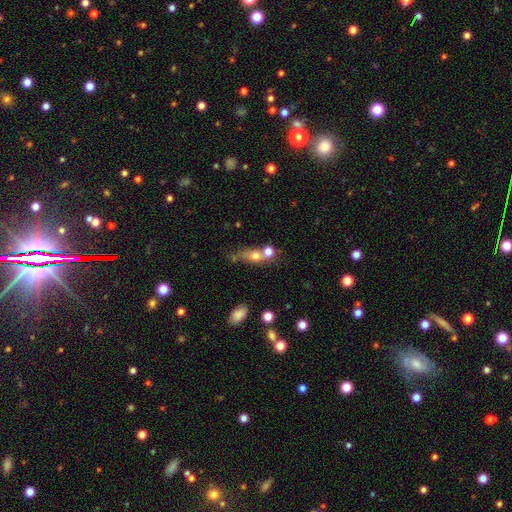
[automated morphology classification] Smooth or featured?
  - smooth: 66% *
  - featured or disk: 22%
  - star or artifact: 12%
How rounded?
  - in between: 48% *
  - round: 37%
  - cigar-shaped: 15%
Merging?
  - merger: 45% *
  - none: 35%
  - minor disturbance: 12%
  - major disturbance: 7%